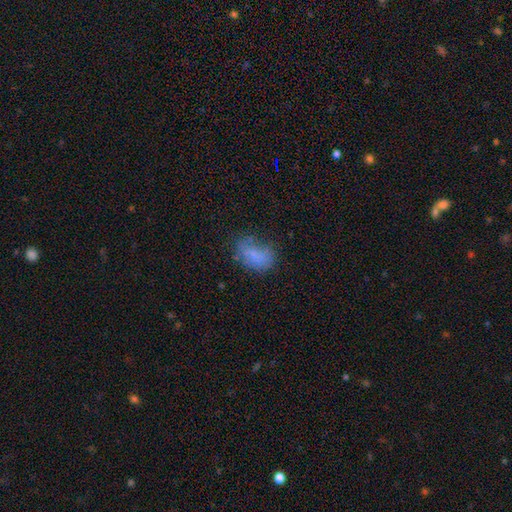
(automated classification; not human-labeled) A smooth galaxy with no disk features (69%) that is in between round and cigar-shaped (82%).

Vote fractions:
- Smooth or featured? smooth: 69% / featured or disk: 19% / star or artifact: 13%
- How rounded? in between: 82% / round: 17% / cigar-shaped: 2%
- Merging? none: 51% / minor disturbance: 28% / major disturbance: 17% / merger: 5%